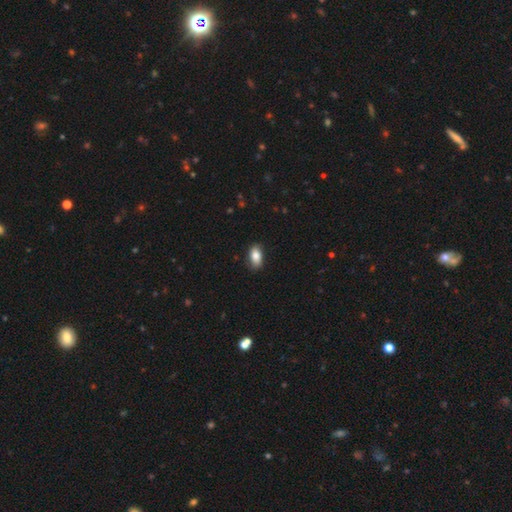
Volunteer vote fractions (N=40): smooth-or-featured: smooth: 90% | featured or disk: 5% | star or artifact: 5%
  how-rounded: in between: 83% | cigar-shaped: 11% | round: 6%
  merging: none: 87% | minor disturbance: 8% | major disturbance: 3% | merger: 3%